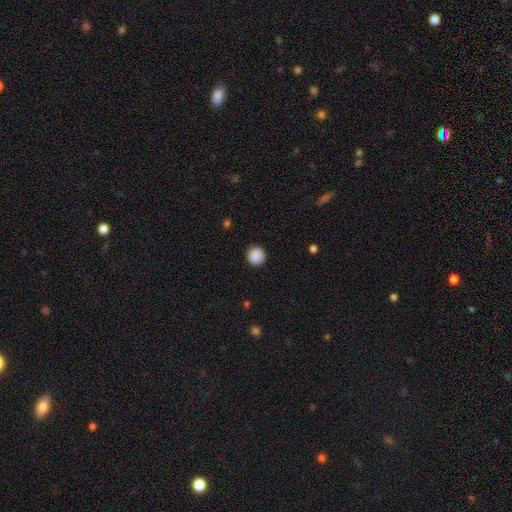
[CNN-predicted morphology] The model was most divided on "smooth or featured": smooth: 89%, star or artifact: 8%, featured or disk: 2%. More confident: how rounded — round (94%); merging — none (91%).